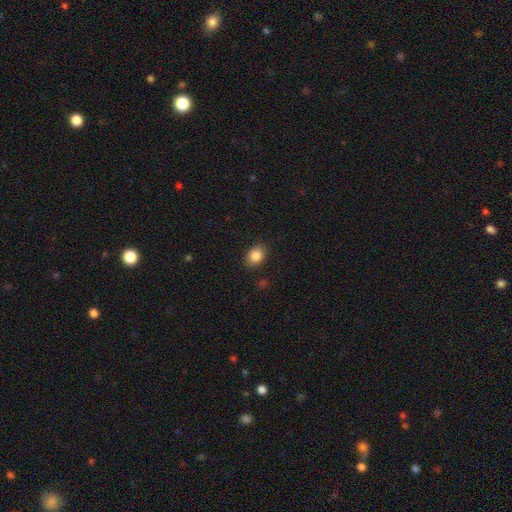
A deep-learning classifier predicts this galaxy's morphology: Smooth or featured: smooth — 86% (star or artifact — 9%)
How rounded: in between — 67% (round — 32%)
Merging: none — 87% (minor disturbance — 9%)